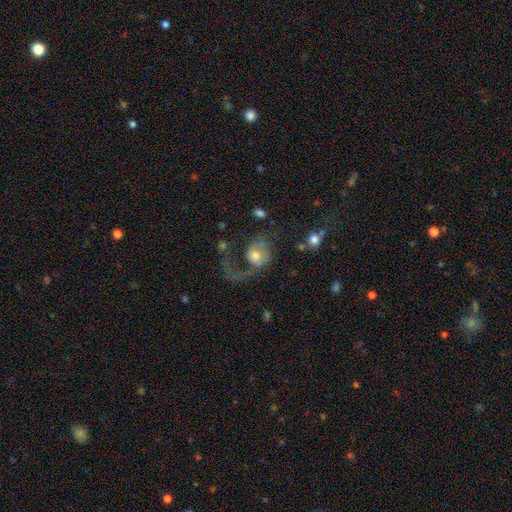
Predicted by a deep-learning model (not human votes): The model was most divided on "smooth or featured": featured or disk: 56%, smooth: 35%, star or artifact: 9%. More confident: edge-on disk — no (97%); bar — no (73%); spiral arms — yes (73%); bulge size — moderate (60%); merging — major disturbance (57%).